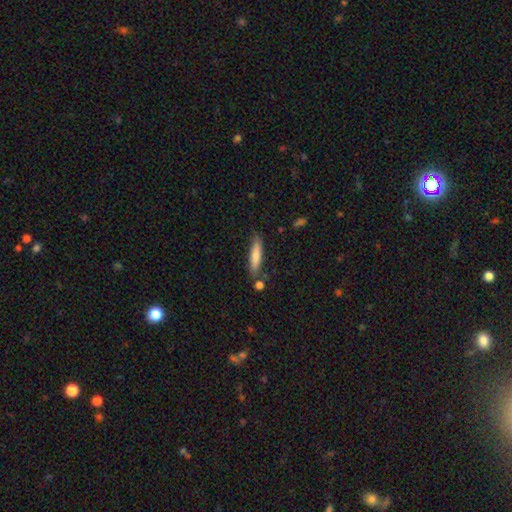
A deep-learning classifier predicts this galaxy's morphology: Smooth or featured: smooth — 77% (featured or disk — 18%)
How rounded: cigar-shaped — 81% (in between — 18%)
Merging: none — 74% (minor disturbance — 16%)